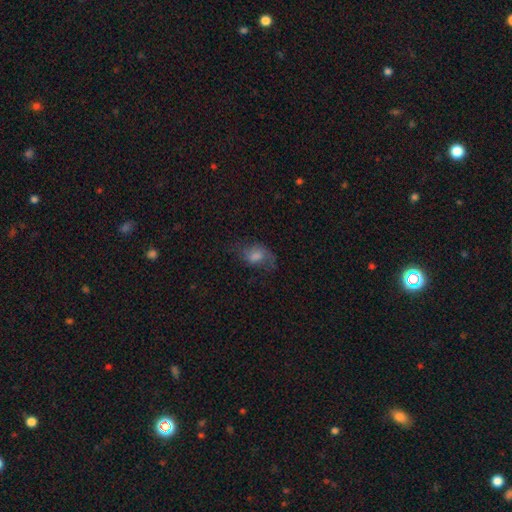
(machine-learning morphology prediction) smooth-or-featured: smooth: 56% | featured or disk: 31% | star or artifact: 12%
  how-rounded: in between: 76% | round: 22% | cigar-shaped: 2%
  merging: none: 45% | major disturbance: 27% | minor disturbance: 26% | merger: 2%